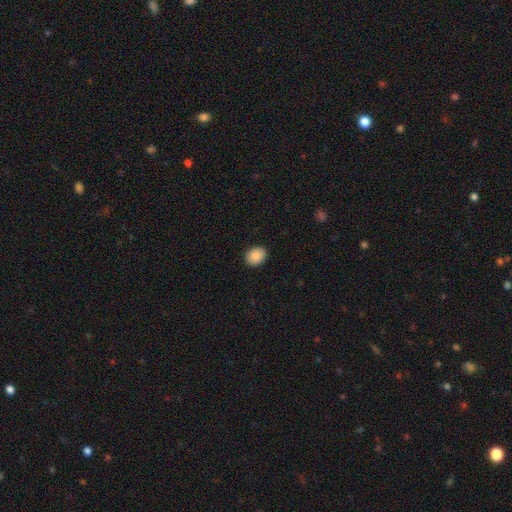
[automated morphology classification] Q: Smooth or featured?
A: smooth (88%); runner-up: star or artifact (8%)
Q: How rounded?
A: in between (52%); runner-up: round (47%)
Q: Merging?
A: none (90%); runner-up: minor disturbance (7%)